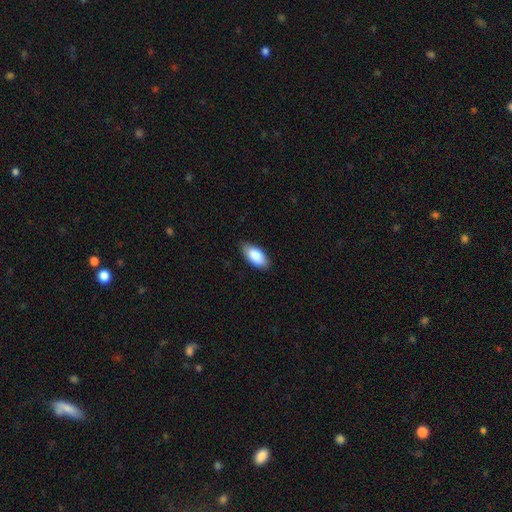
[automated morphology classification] type=smooth (88%); roundness=in between (93%); merging=none (81%).